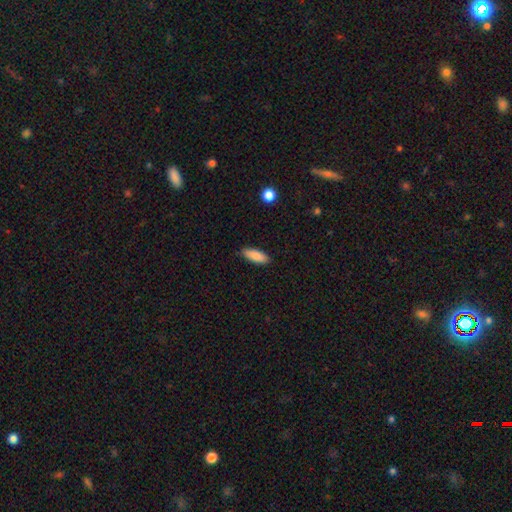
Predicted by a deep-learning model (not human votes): Morphology: type=smooth (88%); roundness=in between (63%); merging=none (86%).